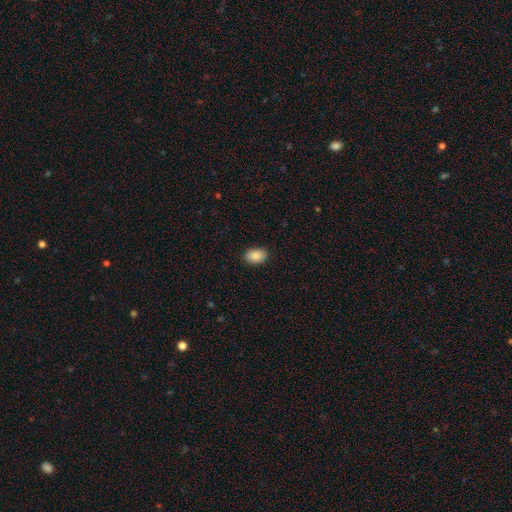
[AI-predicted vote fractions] smooth_or_featured: smooth (p=0.89) [alt: star or artifact p=0.07]
how_rounded: in between (p=0.84) [alt: round p=0.14]
merging: none (p=0.89) [alt: minor disturbance p=0.08]